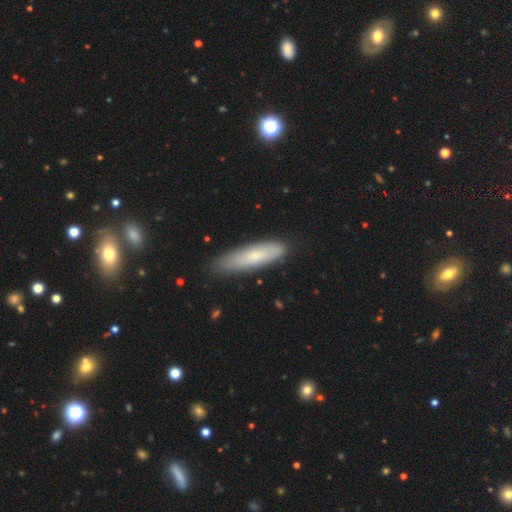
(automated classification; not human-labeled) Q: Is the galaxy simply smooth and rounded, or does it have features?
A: smooth — 72%.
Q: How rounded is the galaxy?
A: cigar-shaped — 72%.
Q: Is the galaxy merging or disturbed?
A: none — 78%.